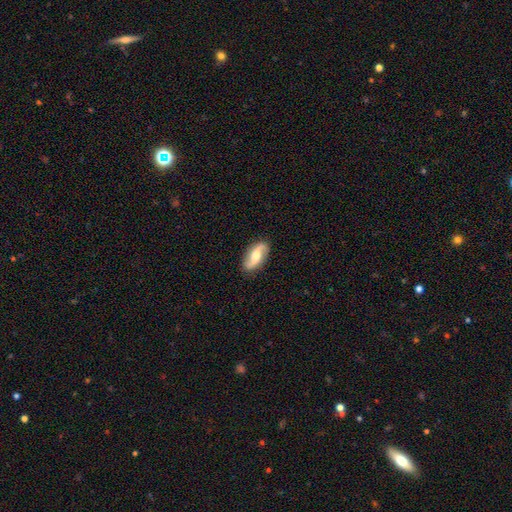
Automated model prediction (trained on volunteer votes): The model was most divided on "bar": no: 44%, weak: 36%, strong: 20%. More confident: spiral arms — yes (93%); spiral arm count — 2 (93%); edge-on disk — no (92%); merging — none (87%); smooth or featured — featured or disk (71%); spiral winding — loose (70%); bulge size — moderate (64%).